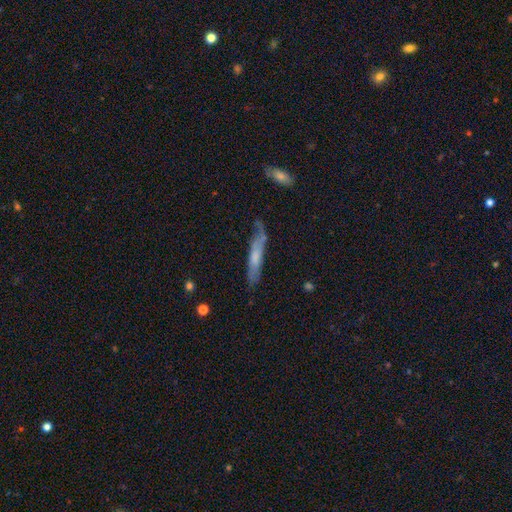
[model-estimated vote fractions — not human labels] This is possibly a smooth galaxy (48%). Merging: likely none (60%).